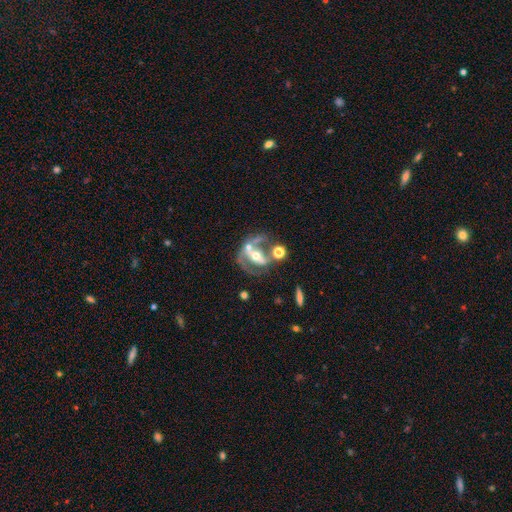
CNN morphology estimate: Smooth or featured: featured or disk — 75% (smooth — 16%)
Edge-on disk: no — 92% (yes — 8%)
Bar: strong — 44% (no — 31%)
Spiral arms: yes — 57% (no — 43%)
Bulge size: moderate — 64% (small — 26%)
Merging: none — 38% (merger — 27%)